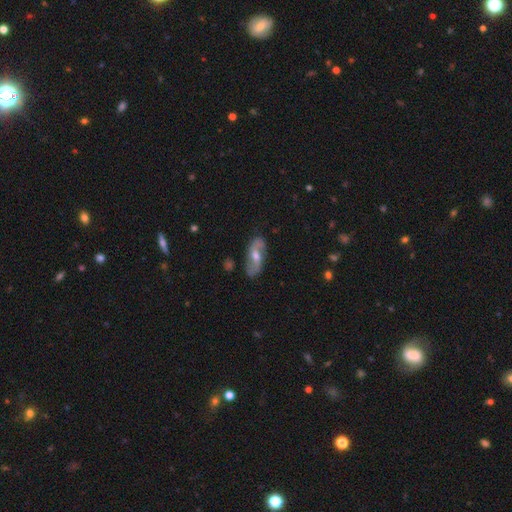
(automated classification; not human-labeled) Smooth or featured? featured or disk (72%)
Edge-on disk? no (89%)
Bar? no (43%)
Spiral arms? yes (87%)
Spiral winding? loose (45%)
Spiral arm count? 2 (88%)
Bulge size? moderate (69%)
Merging? none (81%)